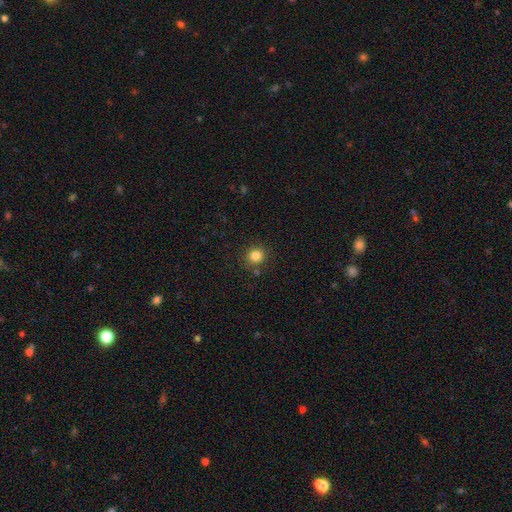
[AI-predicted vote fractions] Morphology: type=smooth (82%); roundness=round (90%); merging=none (85%).